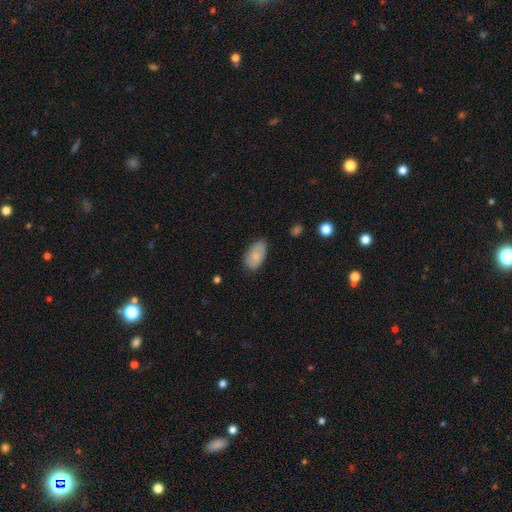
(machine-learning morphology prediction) Smooth or featured? Predicted: smooth (p=0.76). How rounded? Predicted: in between (p=0.93). Merging? Predicted: none (p=0.67).